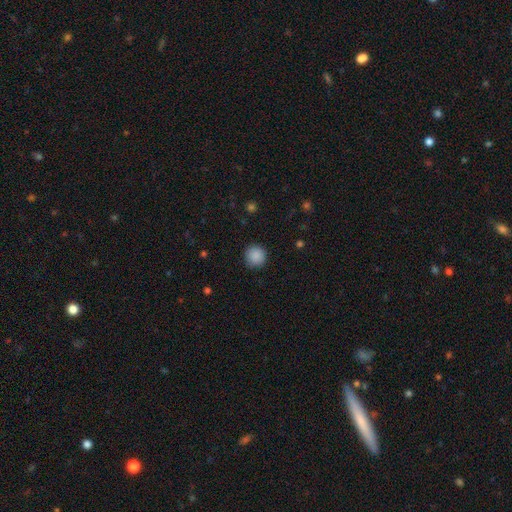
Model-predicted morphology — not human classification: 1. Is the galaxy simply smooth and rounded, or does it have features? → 89% smooth, 9% star or artifact, 3% featured or disk.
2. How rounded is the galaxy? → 94% round, 5% in between, 1% cigar-shaped.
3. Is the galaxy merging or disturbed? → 90% none, 7% minor disturbance, 2% major disturbance, 1% merger.